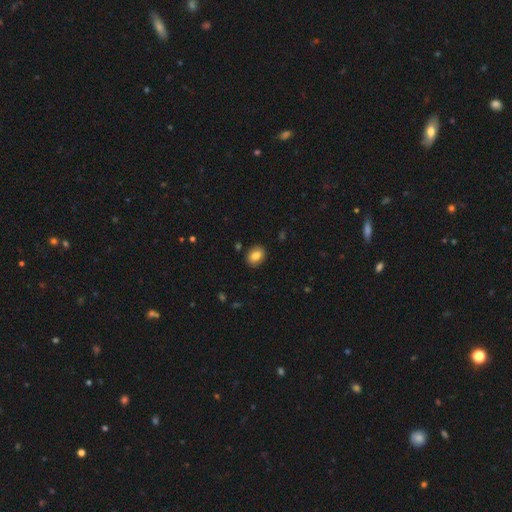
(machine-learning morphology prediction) Smooth or featured: smooth — 83% (featured or disk — 9%)
How rounded: in between — 66% (round — 33%)
Merging: none — 89% (minor disturbance — 8%)